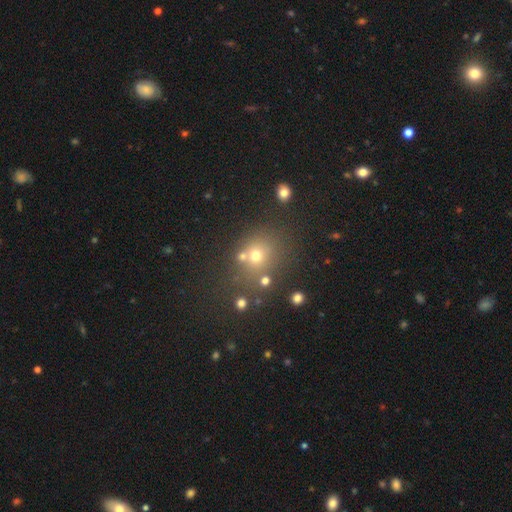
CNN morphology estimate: Smooth or featured?
  - smooth: 62% *
  - star or artifact: 25%
  - featured or disk: 13%
How rounded?
  - round: 78% *
  - in between: 21%
  - cigar-shaped: 1%
Merging?
  - none: 66% *
  - merger: 17%
  - minor disturbance: 11%
  - major disturbance: 6%